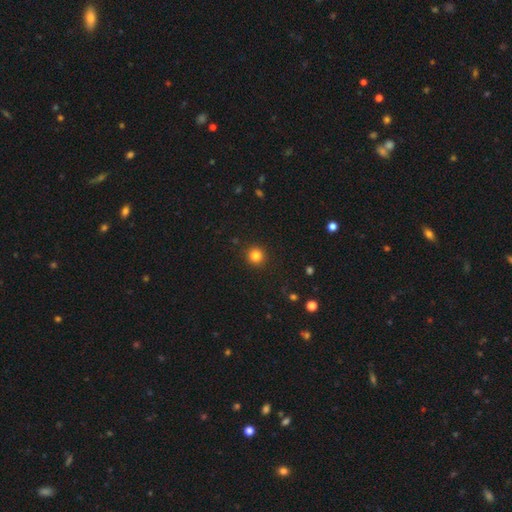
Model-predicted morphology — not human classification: This appears to be a smooth galaxy with no disk features (83%) that is round (94%). Merging: none (92%).